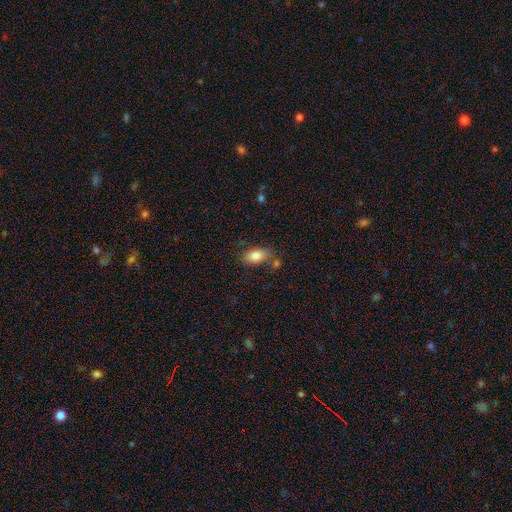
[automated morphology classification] Smooth or featured? smooth (82%)
How rounded? in between (89%)
Merging? none (64%)